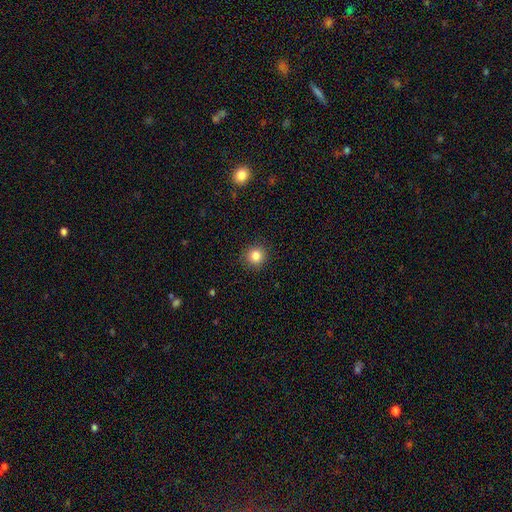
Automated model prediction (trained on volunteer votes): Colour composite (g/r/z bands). It shows a smooth galaxy with no disk features (84%) that is round (92%). Merging: none (90%).